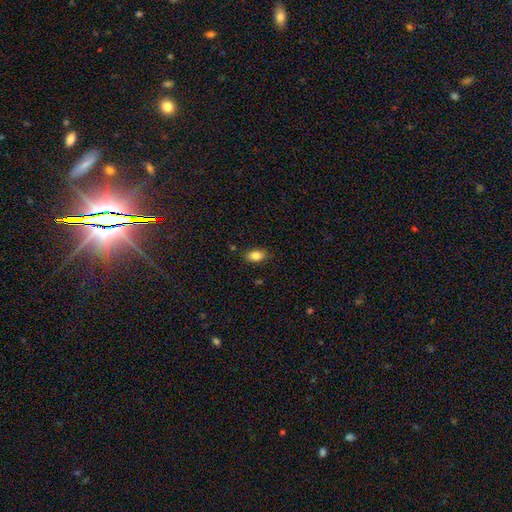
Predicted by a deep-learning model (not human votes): smooth_or_featured: smooth (p=0.84) [alt: star or artifact p=0.09]
how_rounded: in between (p=0.88) [alt: round p=0.09]
merging: none (p=0.84) [alt: minor disturbance p=0.12]